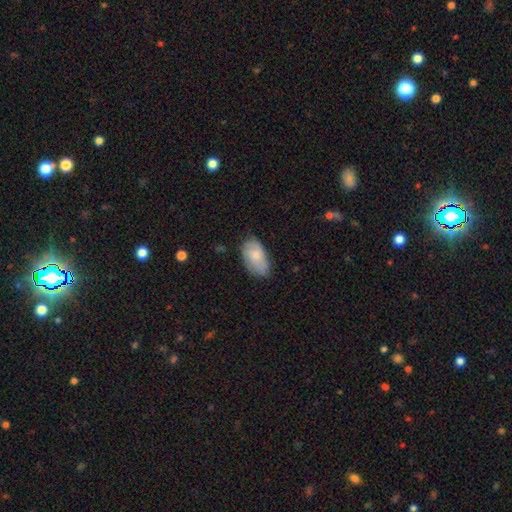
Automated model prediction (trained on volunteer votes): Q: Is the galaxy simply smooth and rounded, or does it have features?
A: smooth — 72%.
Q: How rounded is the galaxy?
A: in between — 93%.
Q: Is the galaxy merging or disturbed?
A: none — 69%.